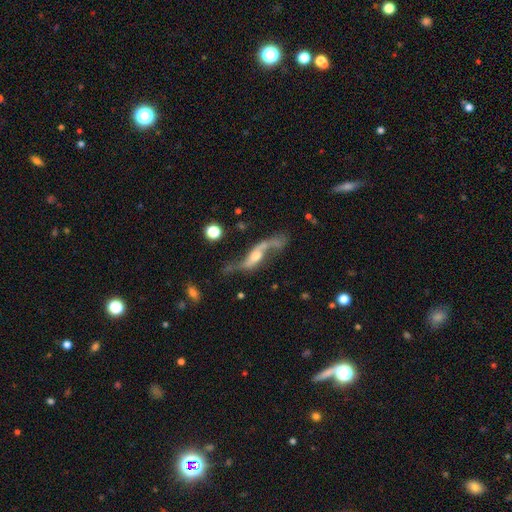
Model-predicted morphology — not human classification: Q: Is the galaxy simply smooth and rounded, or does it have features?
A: featured or disk — 82%.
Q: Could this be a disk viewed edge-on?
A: no — 78%.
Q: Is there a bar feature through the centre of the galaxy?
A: no — 47%.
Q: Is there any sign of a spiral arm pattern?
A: yes — 89%.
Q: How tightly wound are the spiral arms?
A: loose — 88%.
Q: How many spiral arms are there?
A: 2 — 88%.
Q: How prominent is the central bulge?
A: moderate — 54%.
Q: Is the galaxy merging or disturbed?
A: none — 43%.